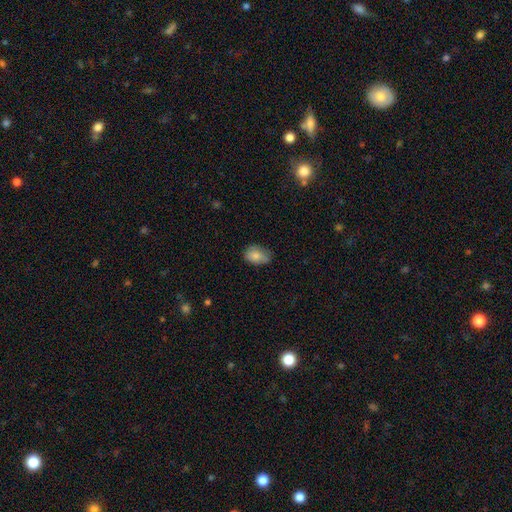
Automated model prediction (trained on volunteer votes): A smooth galaxy with no disk features (82%) that is in between round and cigar-shaped (80%).

Vote fractions:
- Smooth or featured? smooth: 82% / featured or disk: 10% / star or artifact: 8%
- How rounded? in between: 80% / round: 19% / cigar-shaped: 1%
- Merging? none: 56% / minor disturbance: 35% / major disturbance: 7% / merger: 2%